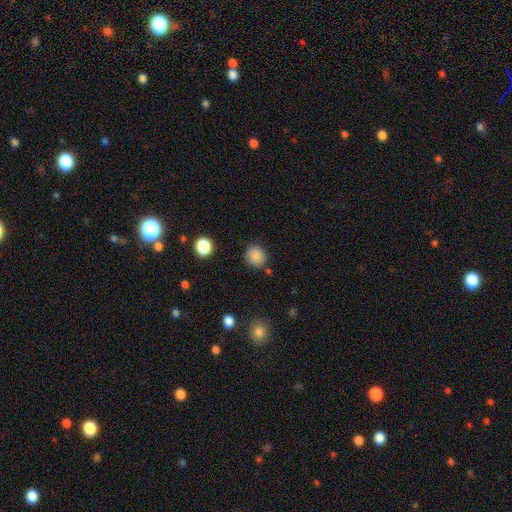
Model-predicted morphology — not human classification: Smooth or featured?
  - smooth: 86% *
  - star or artifact: 10%
  - featured or disk: 4%
How rounded?
  - round: 85% *
  - in between: 14%
  - cigar-shaped: 1%
Merging?
  - none: 84% *
  - minor disturbance: 11%
  - merger: 3%
  - major disturbance: 3%